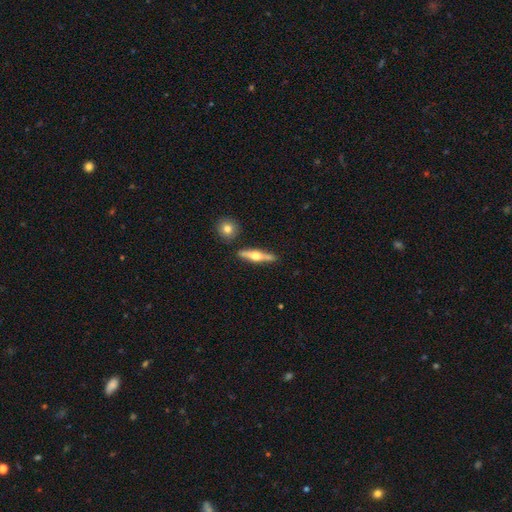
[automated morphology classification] The model was most divided on "smooth or featured": featured or disk: 67%, smooth: 28%, star or artifact: 5%. More confident: edge-on disk — yes (96%); edge-on bulge — rounded (95%); merging — none (84%).